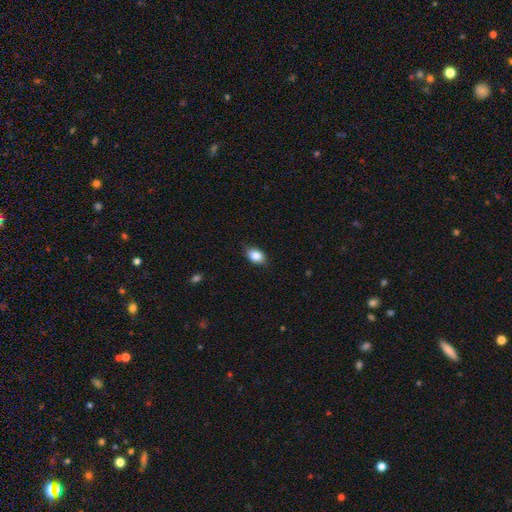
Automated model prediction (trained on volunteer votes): This is clearly a smooth galaxy (86%). How rounded: clearly in between (81%). Merging: clearly none (83%).